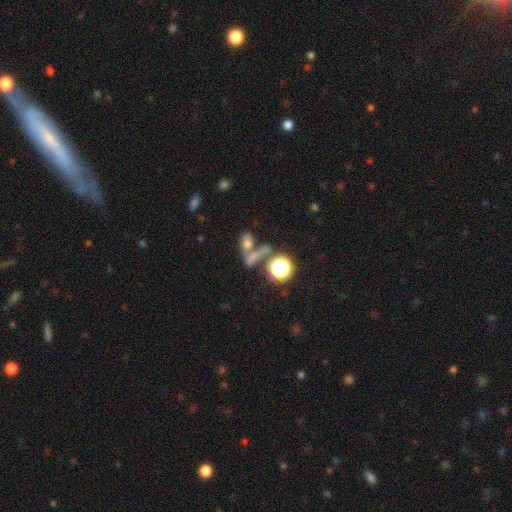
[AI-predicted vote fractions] The model was most divided on "merging": merger: 43%, none: 39%, minor disturbance: 10%, major disturbance: 9%. Remaining: smooth or featured — smooth (51%); how rounded — in between (42%).